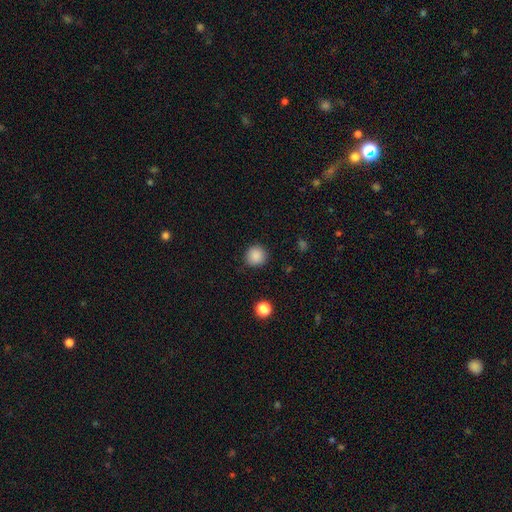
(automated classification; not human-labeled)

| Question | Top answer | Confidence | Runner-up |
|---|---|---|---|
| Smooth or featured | smooth | 87% | star or artifact (10%) |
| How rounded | round | 92% | in between (7%) |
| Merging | none | 87% | minor disturbance (9%) |